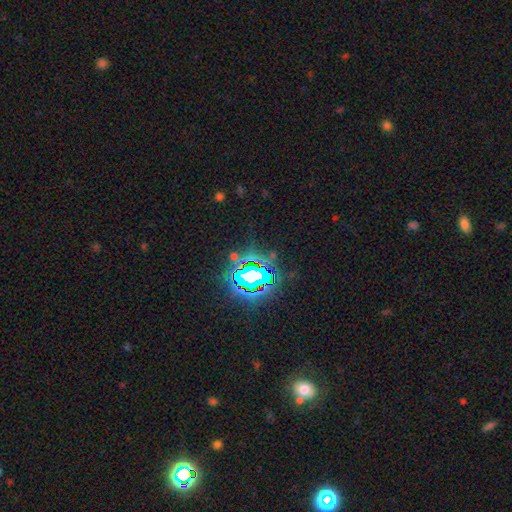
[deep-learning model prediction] This appears to be a star or artifact, not a galaxy (85%).